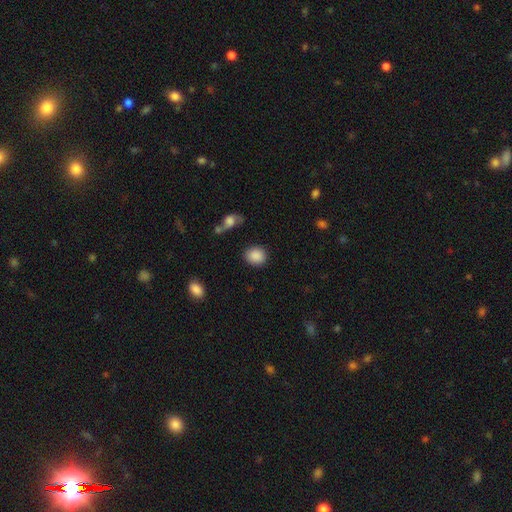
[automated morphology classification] smooth-or-featured: smooth: 88% | star or artifact: 8% | featured or disk: 4%
  how-rounded: round: 64% | in between: 35% | cigar-shaped: 1%
  merging: none: 84% | minor disturbance: 9% | major disturbance: 4% | merger: 3%